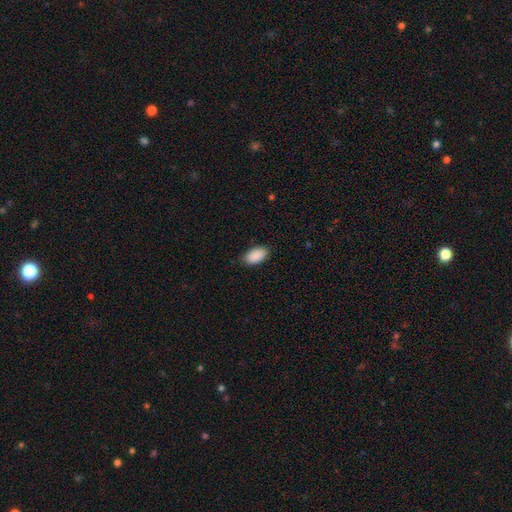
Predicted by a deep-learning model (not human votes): smooth_or_featured: smooth (p=0.91) [alt: star or artifact p=0.06]
how_rounded: in between (p=0.94) [alt: round p=0.04]
merging: none (p=0.83) [alt: minor disturbance p=0.14]